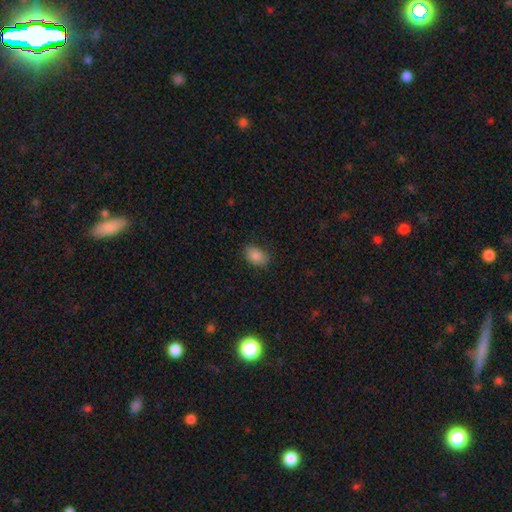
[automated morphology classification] Smooth or featured? Predicted: smooth (p=0.86). How rounded? Predicted: in between (p=0.83). Merging? Predicted: none (p=0.81).